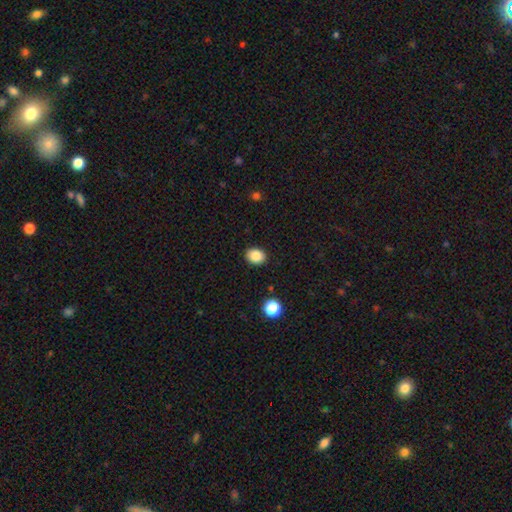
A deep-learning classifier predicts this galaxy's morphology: Overall: smooth (87%). How rounded: round (51%; in between 49%). Merging: none (89%).